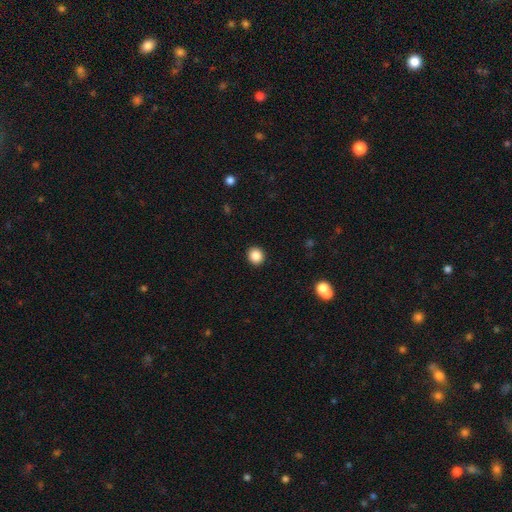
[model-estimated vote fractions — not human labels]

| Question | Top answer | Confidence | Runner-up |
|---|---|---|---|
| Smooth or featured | smooth | 87% | star or artifact (10%) |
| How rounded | round | 86% | in between (13%) |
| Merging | none | 93% | minor disturbance (5%) |